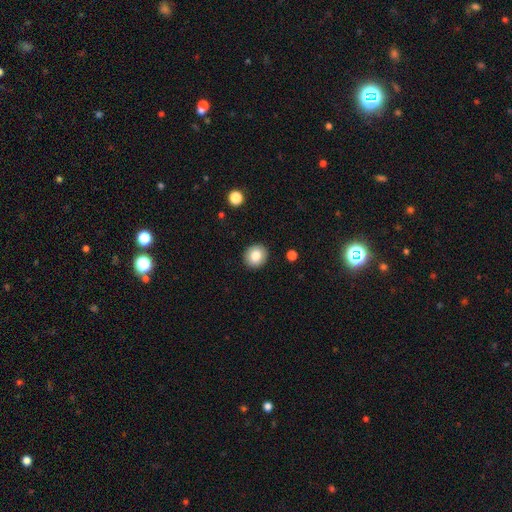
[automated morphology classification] A smooth galaxy with no disk features (81%) that is round (86%). Merging: none (91%).